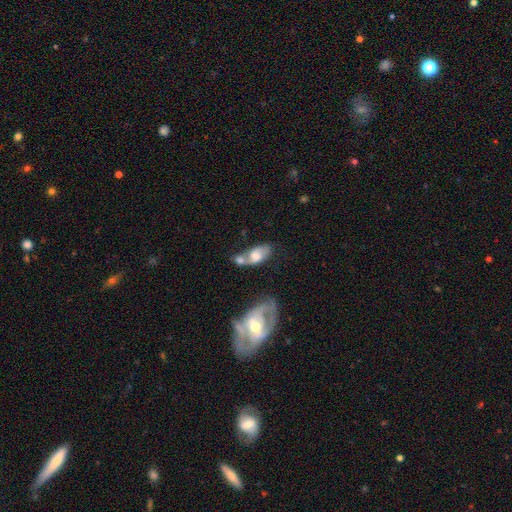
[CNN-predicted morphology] The model was most divided on "smooth or featured": featured or disk: 54%, smooth: 38%, star or artifact: 8%. Remaining: edge-on disk — no (91%); merging — merger (50%).